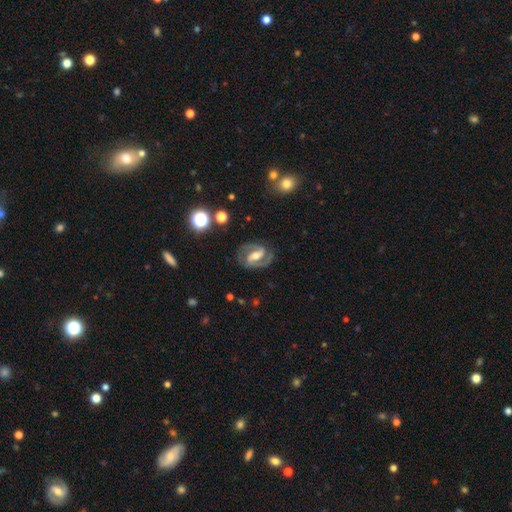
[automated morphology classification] The model was most divided on "bar": strong: 49%, weak: 37%, no: 14%. More confident: edge-on disk — no (97%); spiral arms — yes (96%); spiral arm count — 2 (92%); smooth or featured — featured or disk (88%); merging — none (82%); bulge size — moderate (65%); spiral winding — medium (54%).